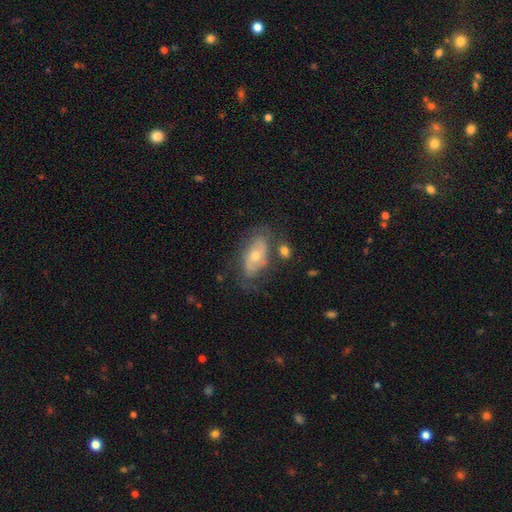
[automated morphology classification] Smooth or featured? Predicted: featured or disk (p=0.57). Edge-on disk? Predicted: no (p=0.88). Bar? Predicted: no (p=0.71). Spiral arms? Predicted: yes (p=0.59). Bulge size? Predicted: moderate (p=0.58). Merging? Predicted: none (p=0.62).